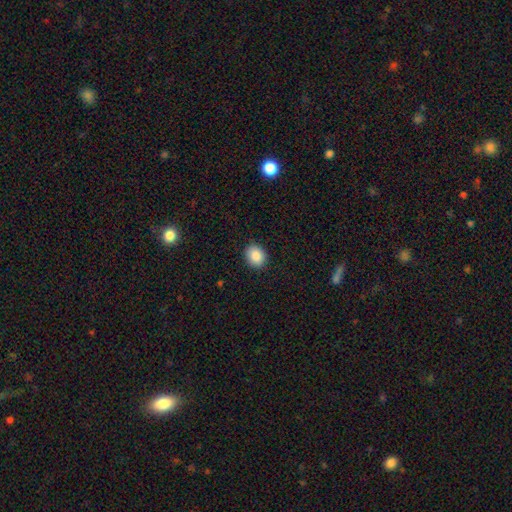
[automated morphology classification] Smooth or featured: smooth — 88% (star or artifact — 8%)
How rounded: round — 57% (in between — 42%)
Merging: none — 89% (minor disturbance — 8%)